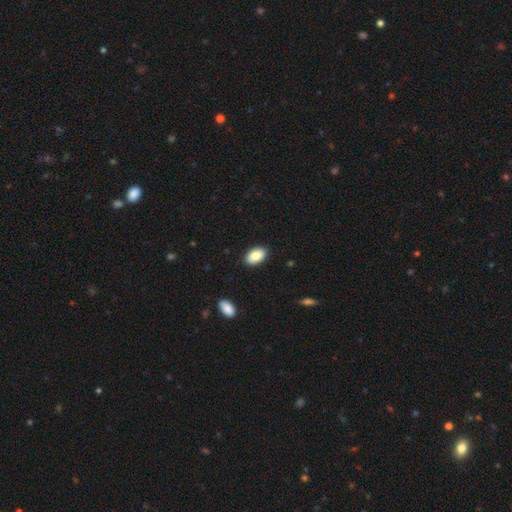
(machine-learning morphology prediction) A smooth galaxy with no disk features (85%) that is in between round and cigar-shaped (93%).

Vote fractions:
- Smooth or featured? smooth: 85% / featured or disk: 9% / star or artifact: 7%
- How rounded? in between: 93% / round: 6% / cigar-shaped: 2%
- Merging? none: 88% / minor disturbance: 9% / major disturbance: 2% / merger: 1%